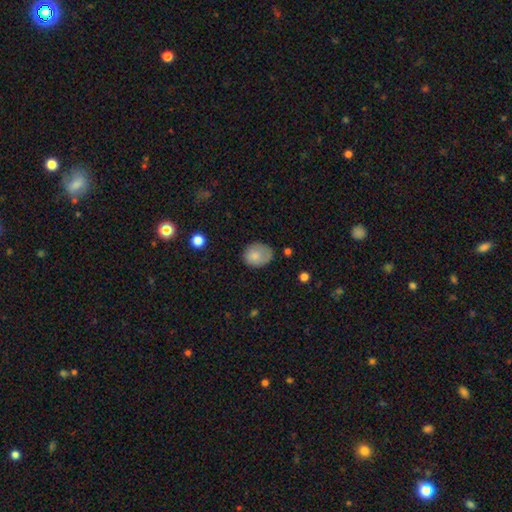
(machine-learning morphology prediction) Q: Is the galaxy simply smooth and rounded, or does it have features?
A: smooth — 80%.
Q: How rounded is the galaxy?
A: round — 51%.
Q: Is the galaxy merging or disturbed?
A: none — 62%.